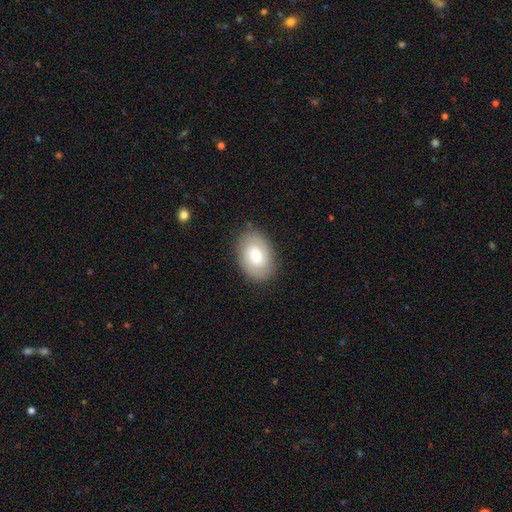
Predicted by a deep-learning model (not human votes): A smooth galaxy with no disk features (66%) that is in between round and cigar-shaped (85%). Merging: none (84%).